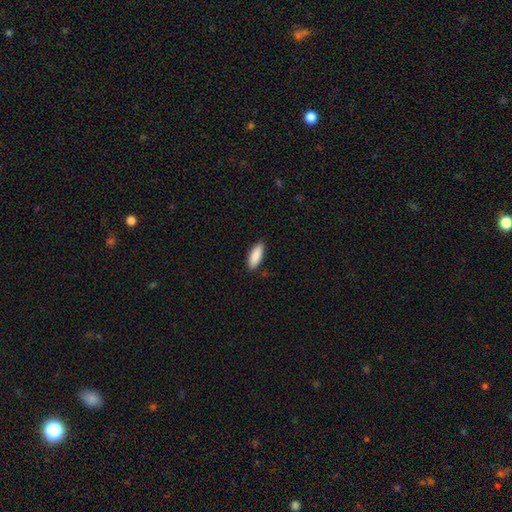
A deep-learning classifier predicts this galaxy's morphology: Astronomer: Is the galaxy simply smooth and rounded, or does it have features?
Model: smooth — 90%.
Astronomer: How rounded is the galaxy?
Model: in between — 74%.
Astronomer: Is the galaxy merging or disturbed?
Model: none — 88%.